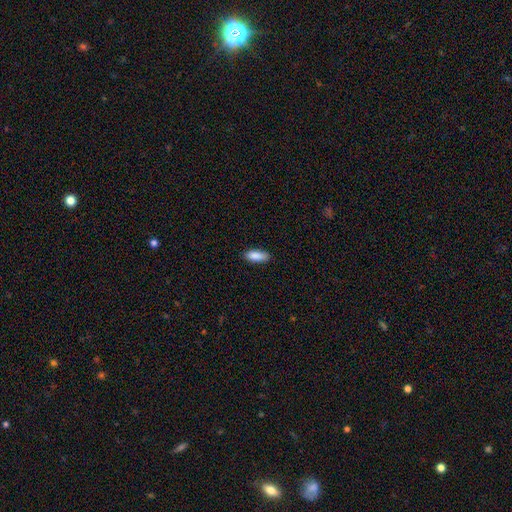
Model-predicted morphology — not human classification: type=smooth (89%); roundness=in between (74%); merging=none (85%).